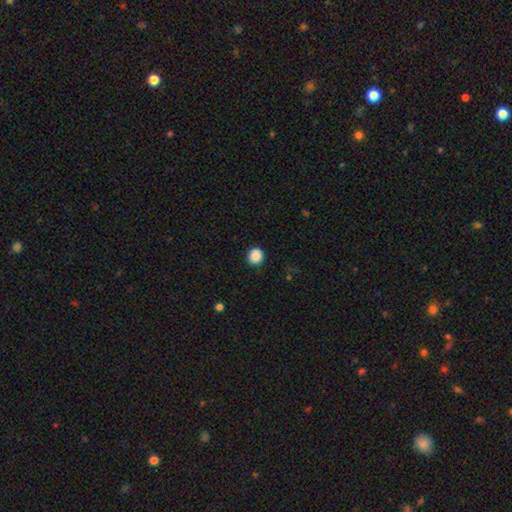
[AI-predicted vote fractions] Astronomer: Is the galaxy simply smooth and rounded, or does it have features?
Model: smooth — 88%.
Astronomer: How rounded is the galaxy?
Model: round — 89%.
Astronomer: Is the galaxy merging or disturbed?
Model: none — 91%.